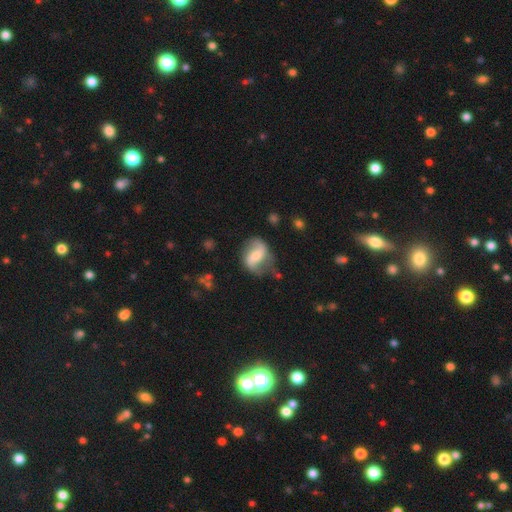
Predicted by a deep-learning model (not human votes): Smooth or featured? Predicted: featured or disk (p=0.72). Edge-on disk? Predicted: no (p=0.96). Bar? Predicted: strong (p=0.41). Spiral arms? Predicted: yes (p=0.86). Spiral winding? Predicted: loose (p=0.68). Spiral arm count? Predicted: 2 (p=0.88). Bulge size? Predicted: moderate (p=0.44). Merging? Predicted: none (p=0.61).